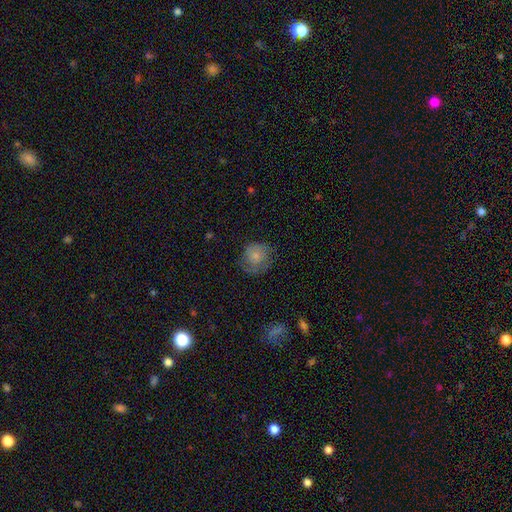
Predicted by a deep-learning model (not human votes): Smooth or featured? Predicted: smooth (p=0.70). How rounded? Predicted: round (p=0.83). Merging? Predicted: none (p=0.60).